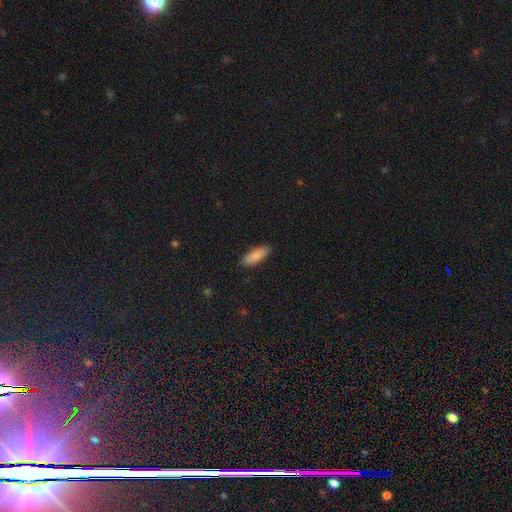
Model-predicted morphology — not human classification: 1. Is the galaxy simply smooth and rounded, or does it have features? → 87% smooth, 7% featured or disk, 6% star or artifact.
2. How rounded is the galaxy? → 69% in between, 29% cigar-shaped, 2% round.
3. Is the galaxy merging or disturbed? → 87% none, 10% minor disturbance, 2% major disturbance, 1% merger.